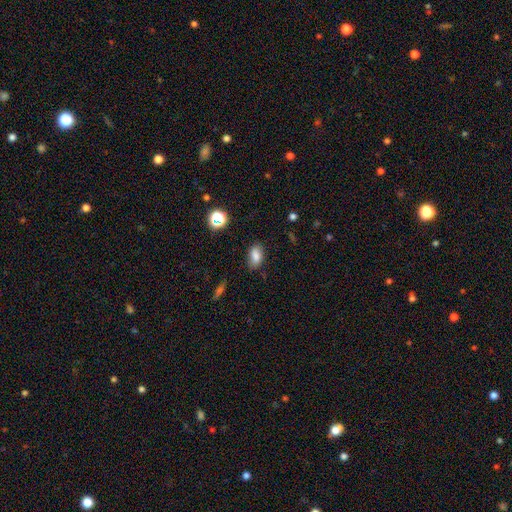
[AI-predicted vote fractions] smooth-or-featured: smooth: 81% | star or artifact: 11% | featured or disk: 8%
  how-rounded: in between: 88% | round: 9% | cigar-shaped: 3%
  merging: none: 78% | minor disturbance: 16% | major disturbance: 4% | merger: 2%